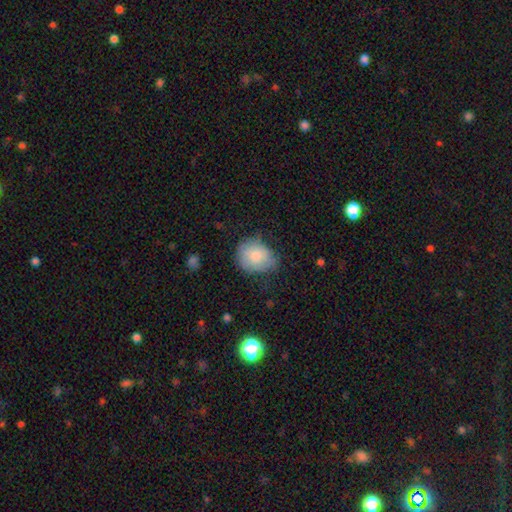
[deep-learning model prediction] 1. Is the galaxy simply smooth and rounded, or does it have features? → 77% smooth, 16% featured or disk, 7% star or artifact.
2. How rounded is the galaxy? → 60% round, 39% in between, 1% cigar-shaped.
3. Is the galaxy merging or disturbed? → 54% none, 35% minor disturbance, 10% major disturbance, 2% merger.